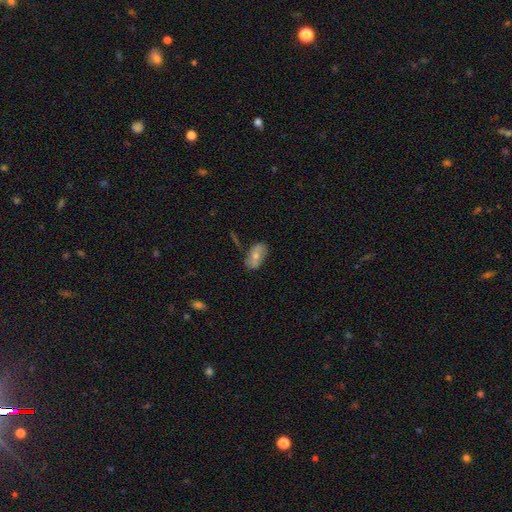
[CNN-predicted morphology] This is possibly a smooth galaxy (59%). How rounded: clearly in between (91%). Merging: likely none (71%).